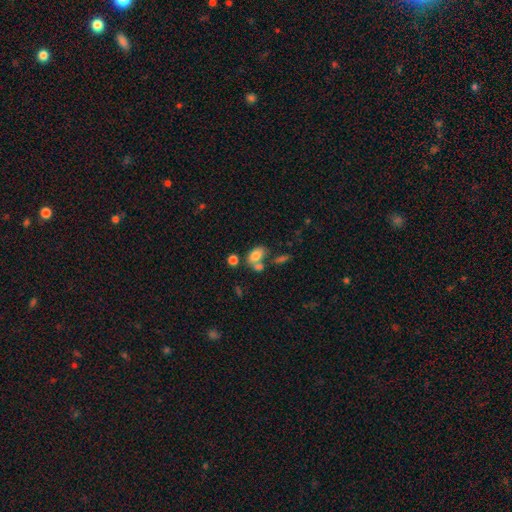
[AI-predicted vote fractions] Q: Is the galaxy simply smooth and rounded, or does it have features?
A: smooth — 77%.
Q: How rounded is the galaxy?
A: in between — 84%.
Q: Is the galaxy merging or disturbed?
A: none — 45%.